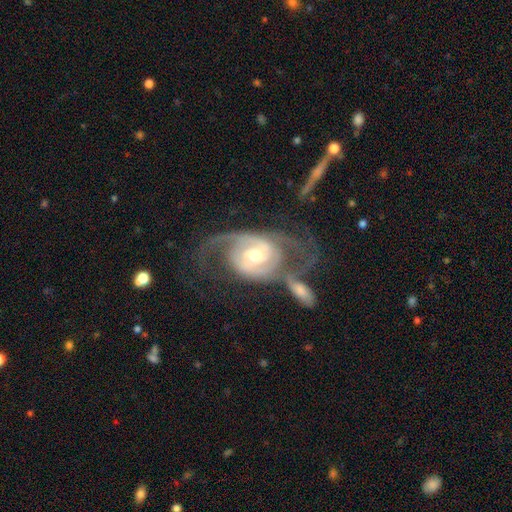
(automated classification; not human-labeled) This is clearly a featured or disk galaxy (90%). It is clearly not viewed edge-on (96%). Bar: marginally no (43%). Spiral arm pattern: clearly yes (96%). Spiral arm count: clearly 2 (81%). Spiral winding: marginally medium (42%). Central bulge: likely moderate (64%). Merging: marginally none (41%).